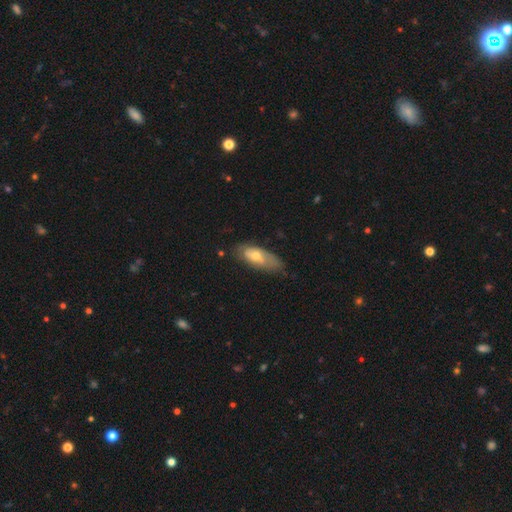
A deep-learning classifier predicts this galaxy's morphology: This appears to be a smooth galaxy with no disk features (54%) that is in between round and cigar-shaped (76%). Merging: none (56%).